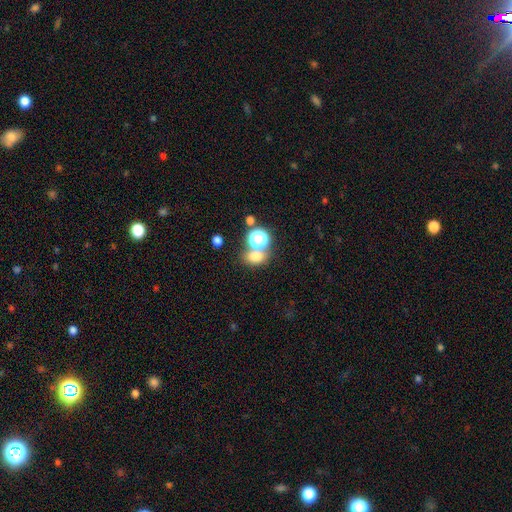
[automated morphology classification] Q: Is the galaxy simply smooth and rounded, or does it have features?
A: smooth — 71%.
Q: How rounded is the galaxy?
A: round — 50%.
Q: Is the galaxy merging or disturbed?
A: none — 55%.